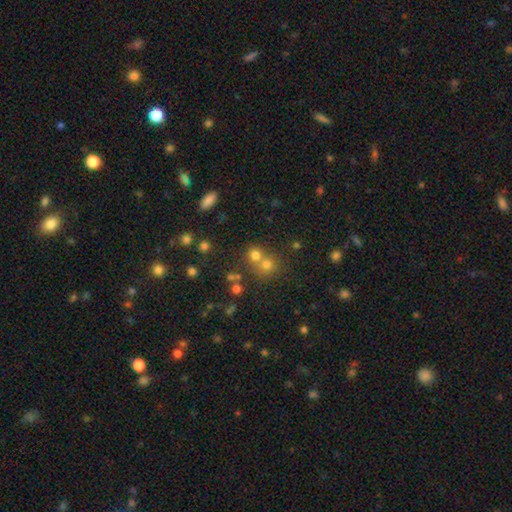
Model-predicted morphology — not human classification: Q: Smooth or featured?
A: smooth (70%); runner-up: star or artifact (19%)
Q: How rounded?
A: round (84%); runner-up: in between (15%)
Q: Merging?
A: none (47%); runner-up: merger (44%)